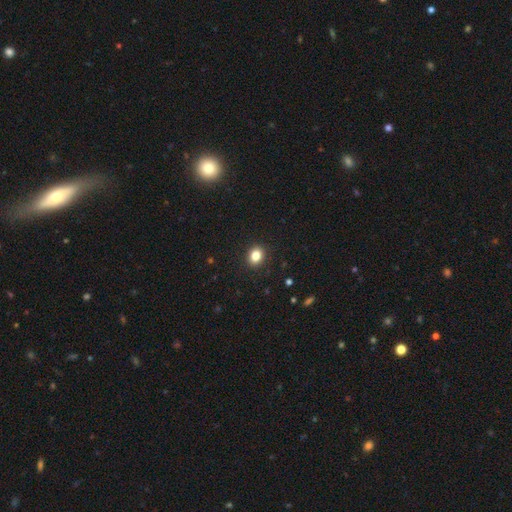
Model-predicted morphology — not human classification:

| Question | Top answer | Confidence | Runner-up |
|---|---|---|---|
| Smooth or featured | smooth | 84% | star or artifact (11%) |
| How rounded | round | 60% | in between (39%) |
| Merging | none | 91% | minor disturbance (6%) |